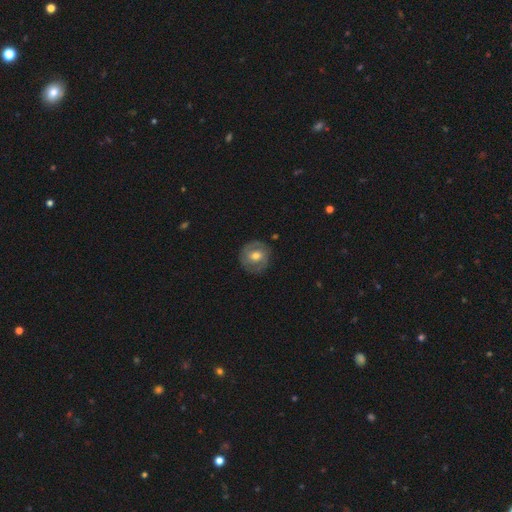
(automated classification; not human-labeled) smooth_or_featured: featured or disk (p=0.54) [alt: smooth p=0.40]
disk_edge_on: no (p=0.96) [alt: yes p=0.04]
bar: no (p=0.53) [alt: weak p=0.37]
has_spiral_arms: yes (p=0.65) [alt: no p=0.35]
bulge_size: moderate (p=0.74) [alt: small p=0.15]
merging: none (p=0.84) [alt: minor disturbance p=0.12]